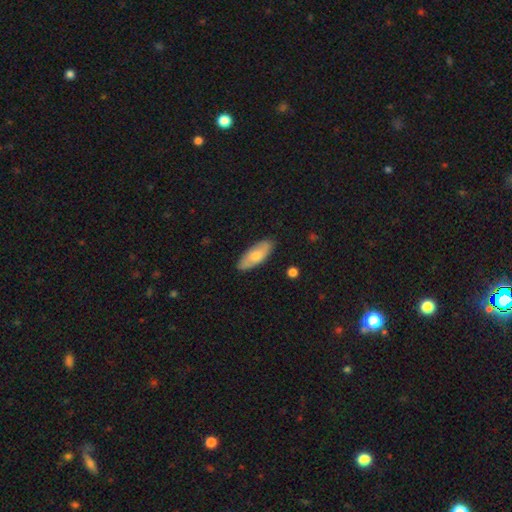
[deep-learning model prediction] This is likely a smooth galaxy (65%). How rounded: likely in between (79%). Merging: clearly none (87%).